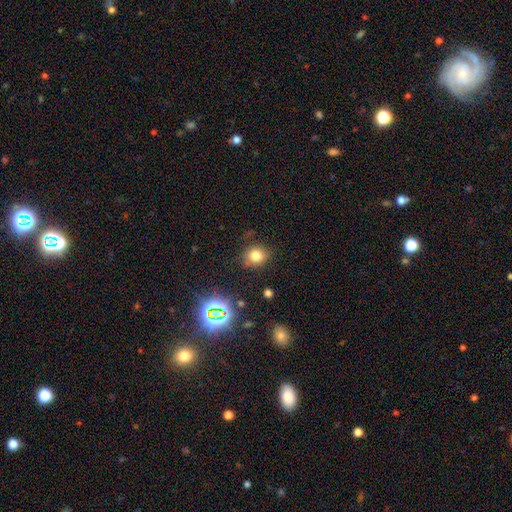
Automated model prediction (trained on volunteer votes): This appears to be a smooth galaxy with no disk features (75%) that is round (74%). Merging: none (83%).